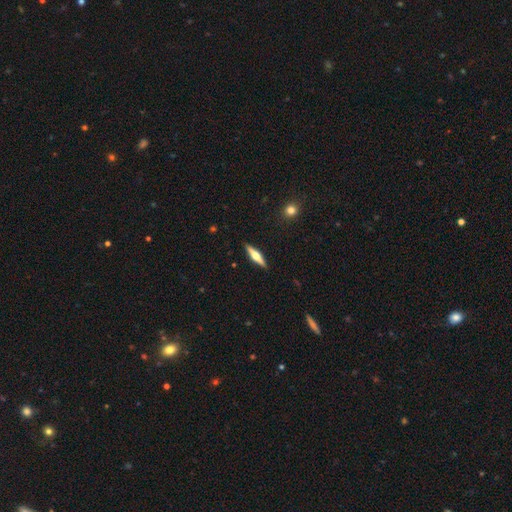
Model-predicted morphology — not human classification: smooth_or_featured: featured or disk (p=0.60) [alt: smooth p=0.35]
disk_edge_on: yes (p=0.97) [alt: no p=0.03]
edge_on_bulge: rounded (p=0.92) [alt: boxy p=0.05]
merging: none (p=0.91) [alt: minor disturbance p=0.07]